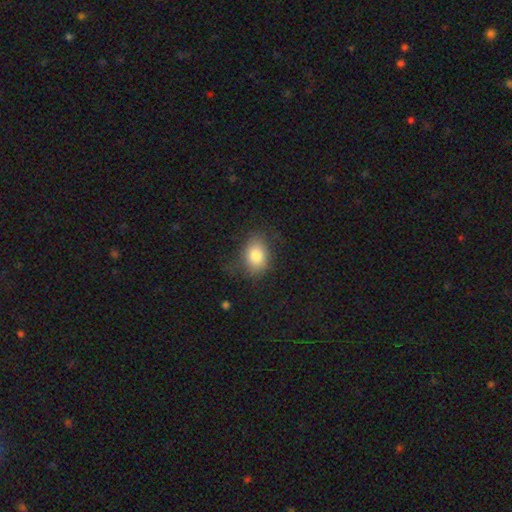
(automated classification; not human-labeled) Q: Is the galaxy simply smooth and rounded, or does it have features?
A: smooth — 80%.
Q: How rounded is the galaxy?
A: in between — 68%.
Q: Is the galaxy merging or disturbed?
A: none — 67%.